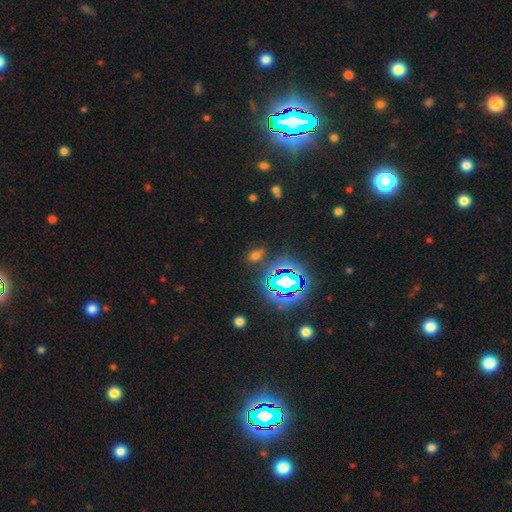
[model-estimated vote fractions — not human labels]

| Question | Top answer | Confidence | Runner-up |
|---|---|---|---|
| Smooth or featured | smooth | 48% | star or artifact (43%) |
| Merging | none | 77% | minor disturbance (13%) |